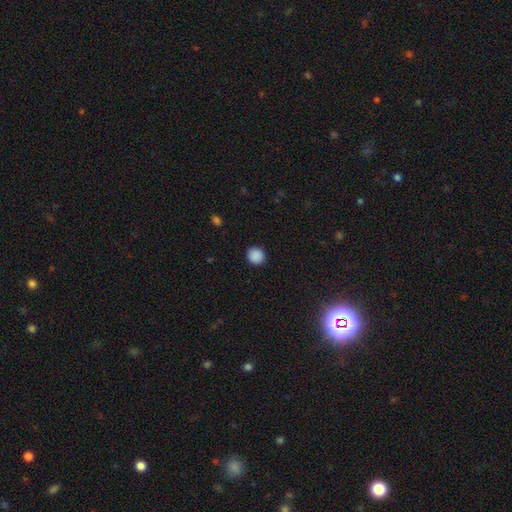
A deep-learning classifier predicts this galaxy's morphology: This is clearly a smooth galaxy (89%). How rounded: clearly round (90%). Merging: clearly none (91%).